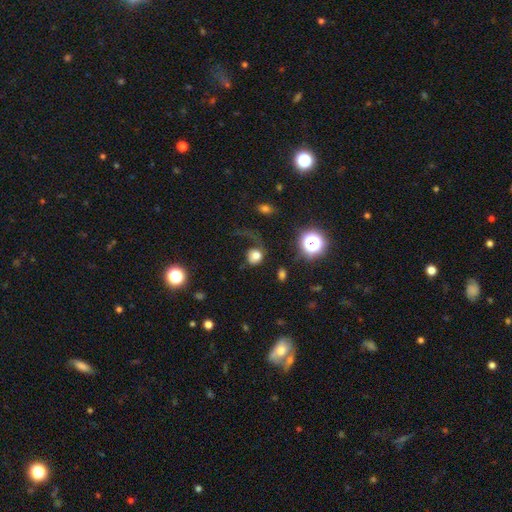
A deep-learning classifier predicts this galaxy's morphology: A smooth galaxy with no disk features (72%) that is round (74%).

Vote fractions:
- Smooth or featured? smooth: 72% / featured or disk: 15% / star or artifact: 13%
- How rounded? round: 74% / in between: 25% / cigar-shaped: 1%
- Merging? major disturbance: 43% / none: 35% / minor disturbance: 17% / merger: 5%